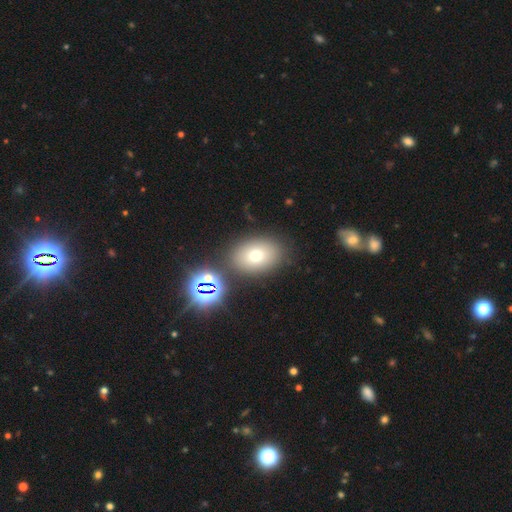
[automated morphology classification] Smooth or featured? smooth (68%)
How rounded? in between (75%)
Merging? none (81%)